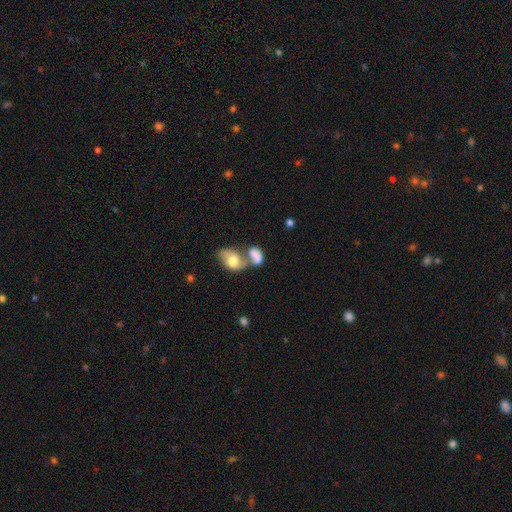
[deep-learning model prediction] A smooth galaxy with no disk features (73%) that is in between round and cigar-shaped (85%). Merging: merger (66%).